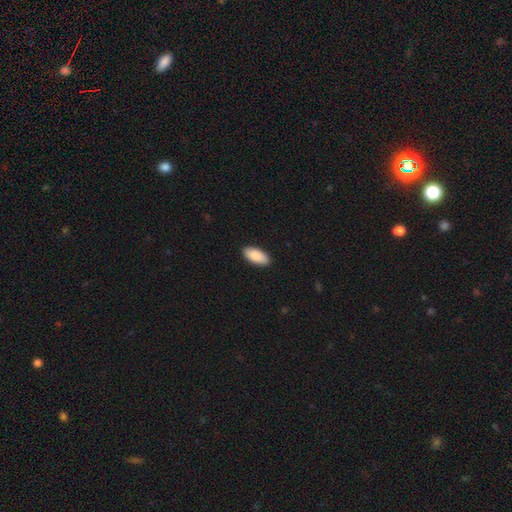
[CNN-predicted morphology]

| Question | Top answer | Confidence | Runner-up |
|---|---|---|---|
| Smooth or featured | smooth | 90% | star or artifact (5%) |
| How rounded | in between | 91% | cigar-shaped (7%) |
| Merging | none | 90% | minor disturbance (8%) |